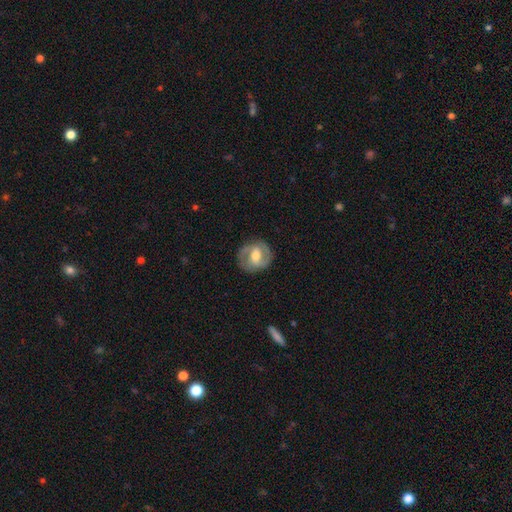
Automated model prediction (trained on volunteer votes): Smooth or featured?
  - featured or disk: 74% *
  - smooth: 21%
  - star or artifact: 5%
Edge-on disk?
  - no: 97% *
  - yes: 3%
Bar?
  - weak: 47% *
  - strong: 30%
  - no: 23%
Spiral arms?
  - yes: 85% *
  - no: 15%
Spiral winding?
  - medium: 49% *
  - tight: 36%
  - loose: 15%
Spiral arm count?
  - 2: 87% *
  - can't tell: 6%
  - 1: 2%
  - 3: 2%
  - 4: 1%
  - more than 4: 1%
Bulge size?
  - moderate: 68% *
  - small: 19%
  - large: 11%
  - none: 2%
  - dominant: 1%
Merging?
  - none: 84% *
  - minor disturbance: 11%
  - major disturbance: 4%
  - merger: 1%